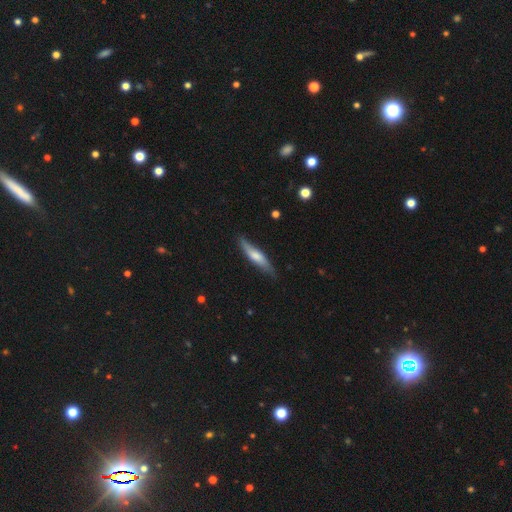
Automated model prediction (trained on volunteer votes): smooth 54%, featured or disk 41%, star or artifact 5%. Down the decision tree: how rounded — cigar-shaped (81%); merging — none (77%).